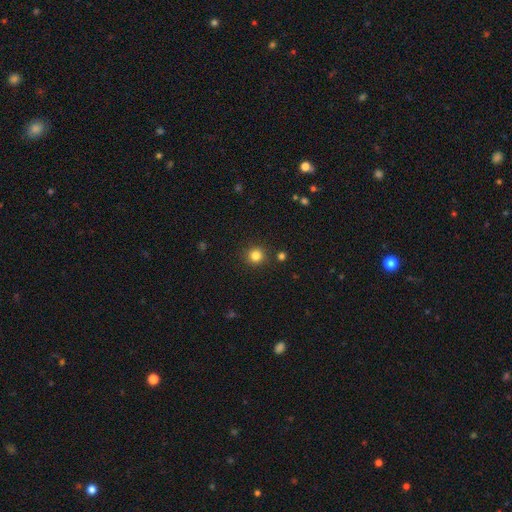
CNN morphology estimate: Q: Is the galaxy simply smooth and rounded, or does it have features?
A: smooth — 82%.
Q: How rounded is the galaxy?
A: round — 93%.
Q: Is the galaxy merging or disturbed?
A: none — 88%.